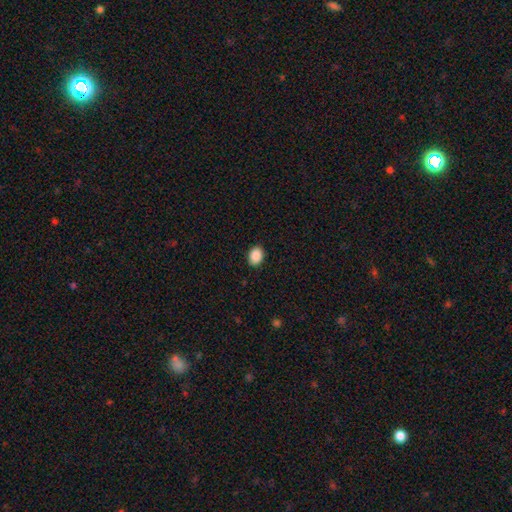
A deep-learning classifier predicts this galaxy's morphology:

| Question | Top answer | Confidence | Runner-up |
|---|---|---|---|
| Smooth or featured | smooth | 90% | star or artifact (8%) |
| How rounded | in between | 69% | round (30%) |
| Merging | none | 90% | minor disturbance (7%) |